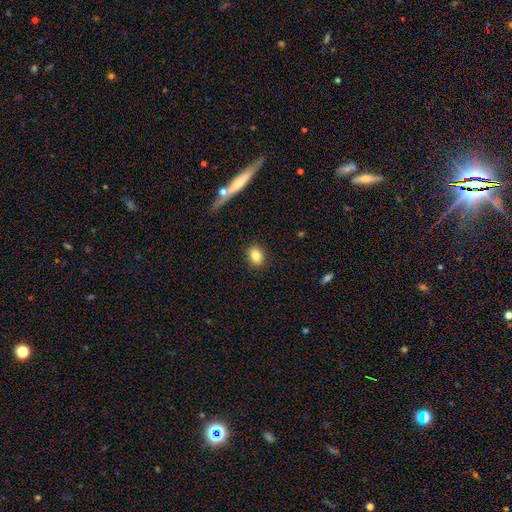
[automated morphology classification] Smooth or featured? Predicted: smooth (p=0.83). How rounded? Predicted: in between (p=0.66). Merging? Predicted: none (p=0.89).